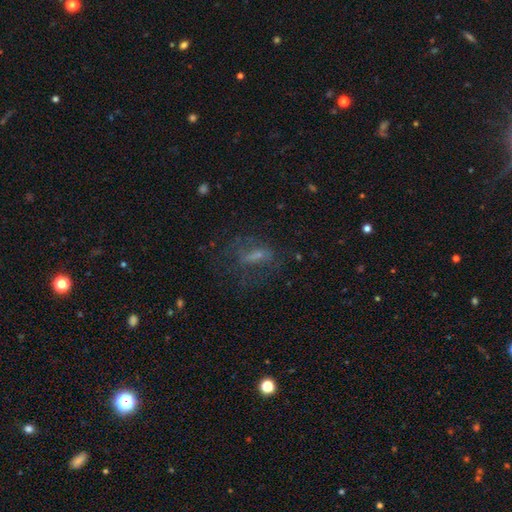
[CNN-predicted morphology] smooth_or_featured: featured or disk (p=0.42) [alt: smooth p=0.38]
merging: none (p=0.49) [alt: major disturbance p=0.29]